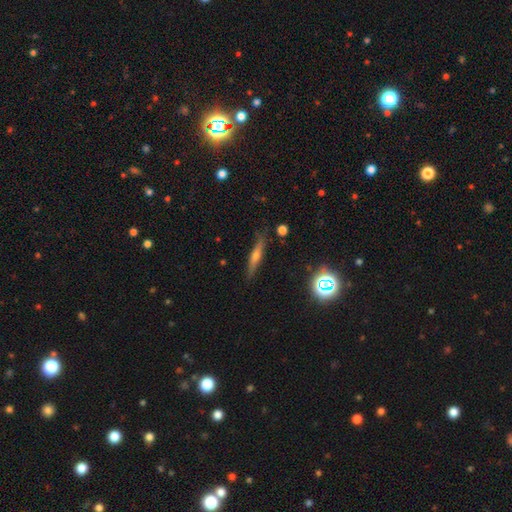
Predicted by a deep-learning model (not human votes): Overall: featured or disk (50%; smooth 39%). Edge-on disk: yes (94%). Merging: none (85%).